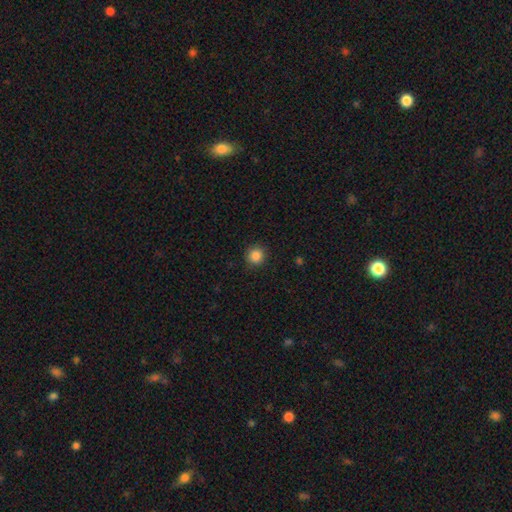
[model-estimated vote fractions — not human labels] Smooth or featured?
  - smooth: 86% *
  - star or artifact: 11%
  - featured or disk: 4%
How rounded?
  - round: 93% *
  - in between: 6%
  - cigar-shaped: 1%
Merging?
  - none: 91% *
  - minor disturbance: 6%
  - major disturbance: 2%
  - merger: 1%